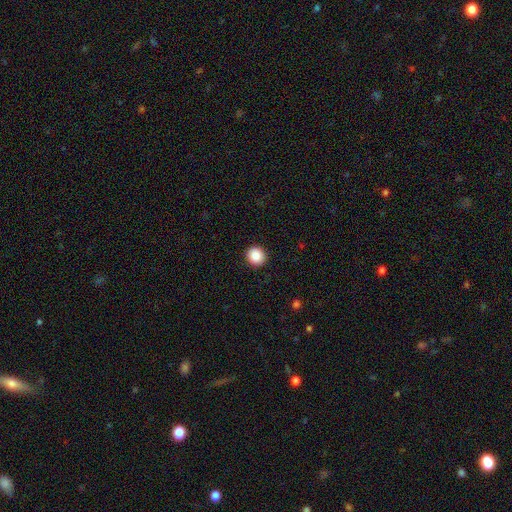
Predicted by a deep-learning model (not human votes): smooth 89%, star or artifact 9%, featured or disk 3%. Down the decision tree: how rounded — round (91%); merging — none (92%).